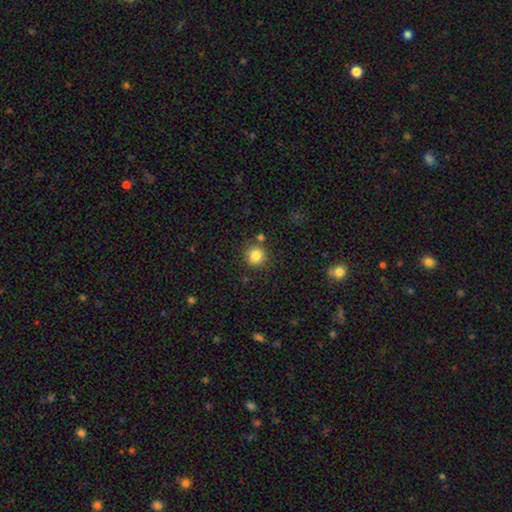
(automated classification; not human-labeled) Morphology: type=smooth (83%); roundness=round (91%); merging=none (81%).